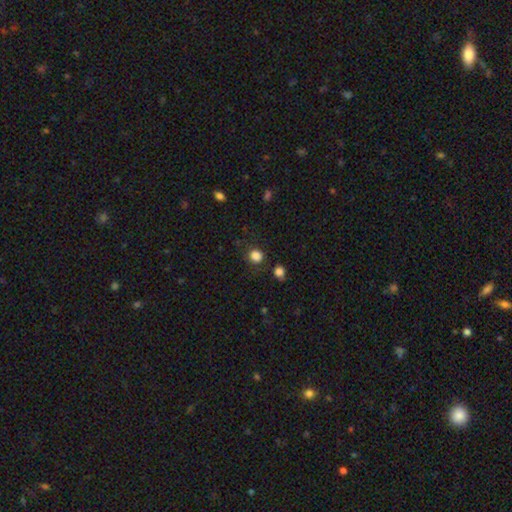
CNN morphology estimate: Q: Smooth or featured?
A: smooth (83%); runner-up: star or artifact (13%)
Q: How rounded?
A: round (82%); runner-up: in between (17%)
Q: Merging?
A: none (80%); runner-up: minor disturbance (11%)